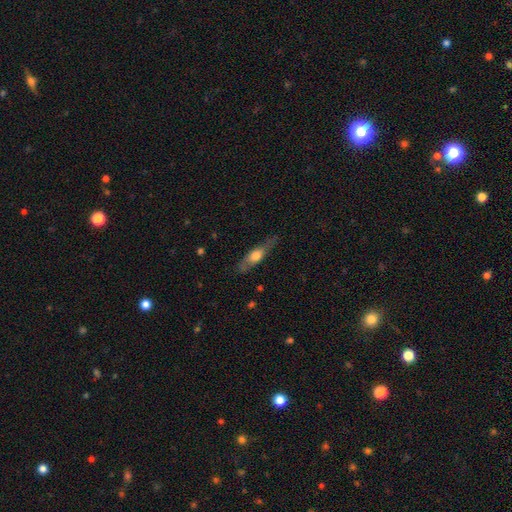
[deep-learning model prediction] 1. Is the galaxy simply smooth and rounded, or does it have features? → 47% featured or disk (tied), 47% smooth (tied), 6% star or artifact.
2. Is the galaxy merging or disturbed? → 74% none, 18% minor disturbance, 6% major disturbance, 2% merger.